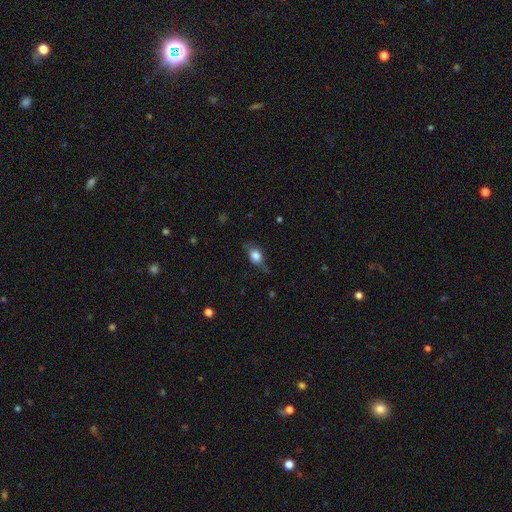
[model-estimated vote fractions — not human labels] Overall: smooth (70%). How rounded: in between (67%). Merging: none (63%; minor disturbance 26%).